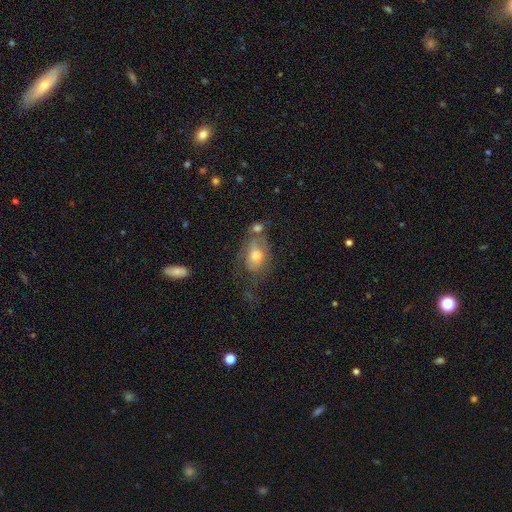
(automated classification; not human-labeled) Smooth or featured: smooth — 59% (featured or disk — 32%)
How rounded: in between — 80% (round — 18%)
Merging: none — 37% (minor disturbance — 24%)